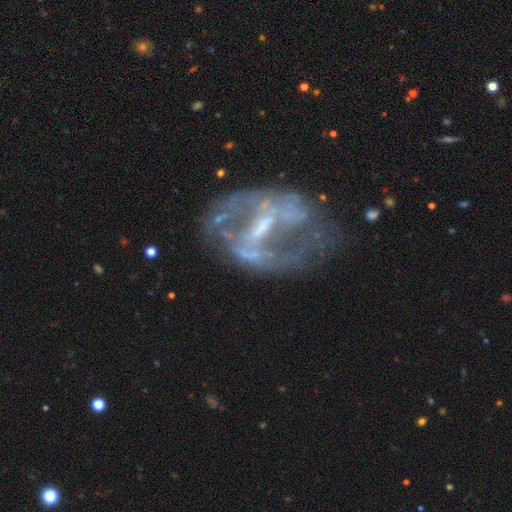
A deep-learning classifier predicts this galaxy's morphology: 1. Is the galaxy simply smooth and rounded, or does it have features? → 78% featured or disk, 11% smooth, 11% star or artifact.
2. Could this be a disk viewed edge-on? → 95% no, 5% yes.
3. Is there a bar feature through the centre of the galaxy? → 43% strong, 36% weak, 22% no.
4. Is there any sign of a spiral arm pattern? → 51% no, 49% yes.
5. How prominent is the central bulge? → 35% small, 33% none, 28% moderate, 3% large, 1% dominant.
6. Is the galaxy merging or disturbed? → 46% none, 30% major disturbance, 19% minor disturbance, 5% merger.